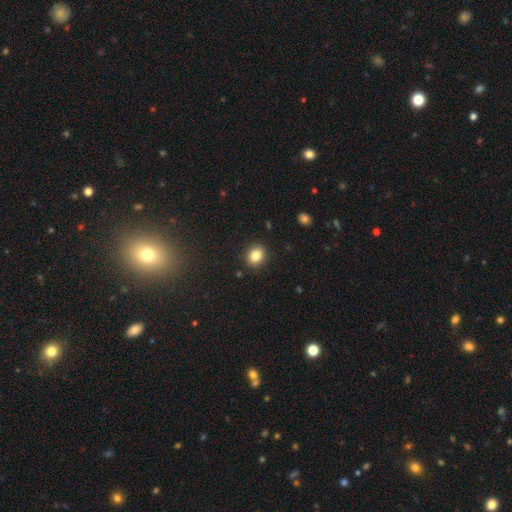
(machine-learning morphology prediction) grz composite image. It shows a smooth galaxy with no disk features (84%) that is round (63%). Merging: none (90%).